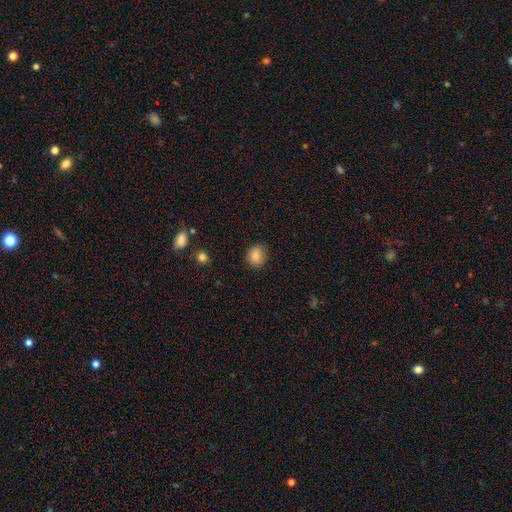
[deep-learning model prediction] A smooth galaxy with no disk features (83%) that is round (82%).

Vote fractions:
- Smooth or featured? smooth: 83% / star or artifact: 10% / featured or disk: 8%
- How rounded? round: 82% / in between: 17% / cigar-shaped: 1%
- Merging? none: 87% / minor disturbance: 10% / major disturbance: 2% / merger: 1%